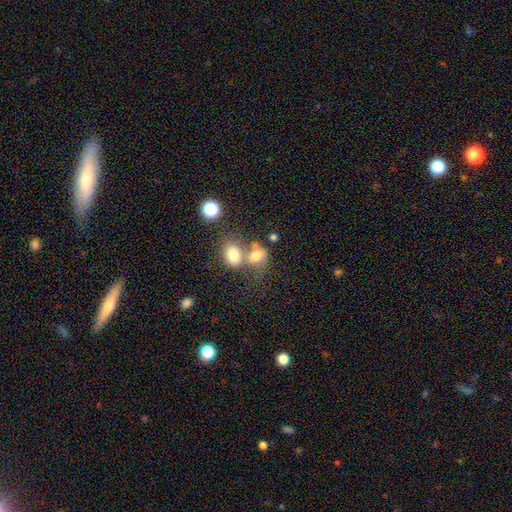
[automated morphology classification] Smooth or featured? smooth (72%)
How rounded? in between (63%)
Merging? merger (58%)